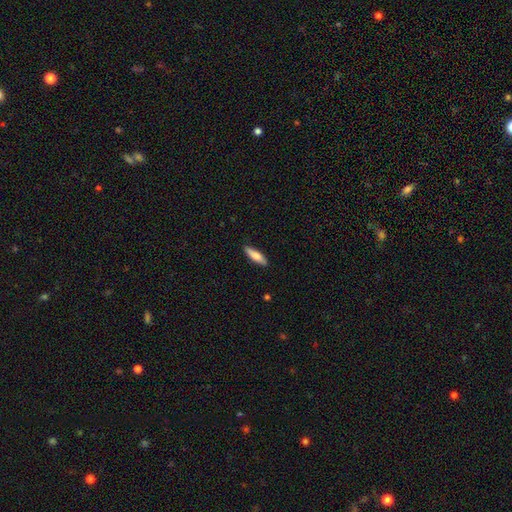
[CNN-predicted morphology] Smooth or featured?
  - smooth: 75% *
  - featured or disk: 20%
  - star or artifact: 6%
How rounded?
  - cigar-shaped: 66% *
  - in between: 33%
  - round: 2%
Merging?
  - none: 88% *
  - minor disturbance: 9%
  - major disturbance: 2%
  - merger: 1%